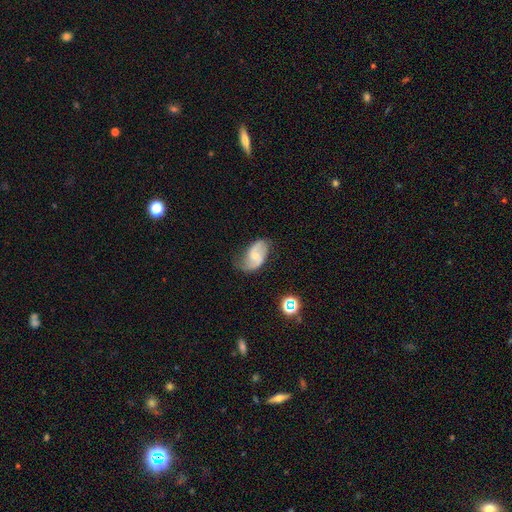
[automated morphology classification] type=featured or disk (69%); edge-on=no (97%); bar=no (46%); spiral arms=yes (92%); winding=loose (50%); arm count=2 (85%); bulge=small (54%); merging=none (61%).